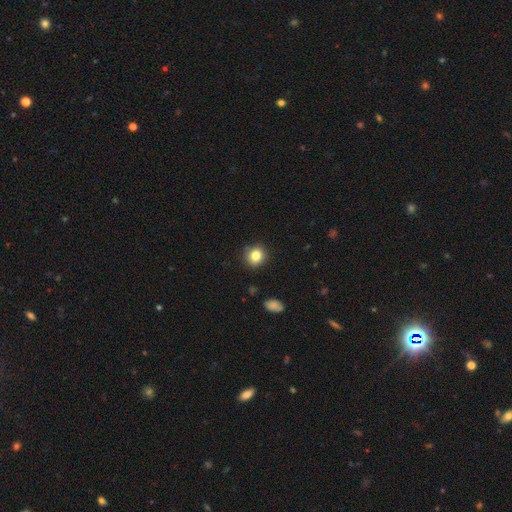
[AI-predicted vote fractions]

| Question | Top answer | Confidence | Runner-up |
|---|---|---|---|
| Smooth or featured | smooth | 83% | star or artifact (11%) |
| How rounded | round | 82% | in between (17%) |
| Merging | none | 87% | minor disturbance (10%) |